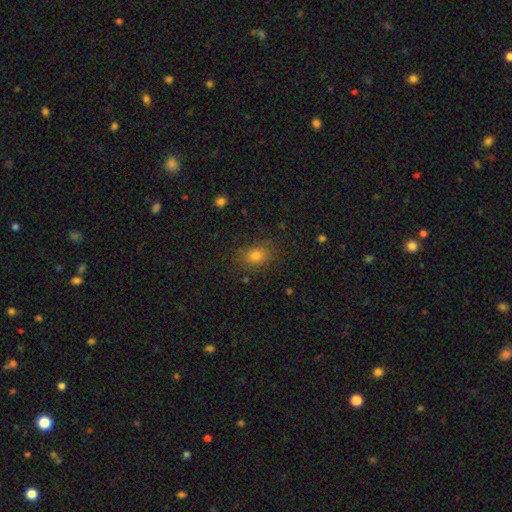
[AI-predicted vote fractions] The model was most divided on "how rounded": in between: 60%, round: 39%, cigar-shaped: 1%. More confident: merging — none (84%); smooth or featured — smooth (77%).